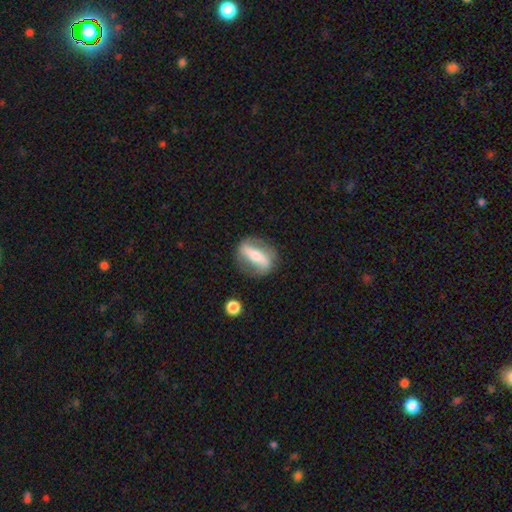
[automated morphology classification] featured or disk 65%, smooth 29%, star or artifact 6%. Down the decision tree: edge-on disk — no (63%); merging — none (80%).